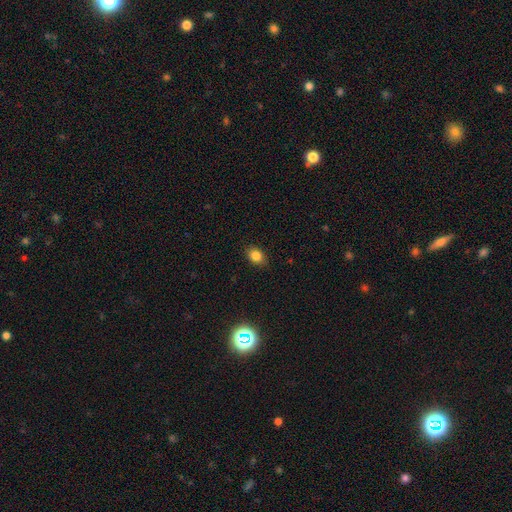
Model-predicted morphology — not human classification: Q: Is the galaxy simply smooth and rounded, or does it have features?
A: smooth — 83%.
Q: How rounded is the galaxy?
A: in between — 65%.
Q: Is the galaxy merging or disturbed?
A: none — 86%.